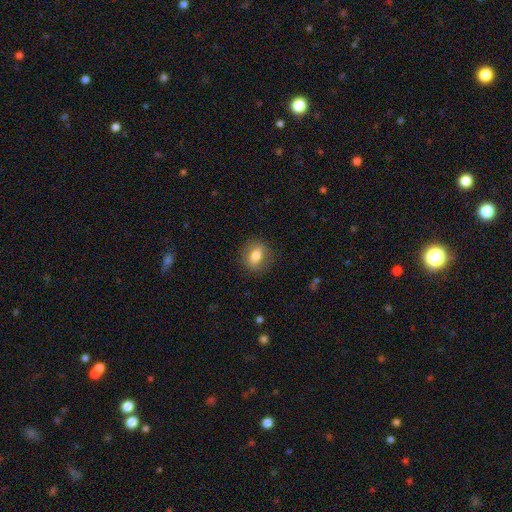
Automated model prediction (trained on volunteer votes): This appears to be a smooth galaxy with no disk features (73%) that is in between round and cigar-shaped (56%). Merging: none (84%).